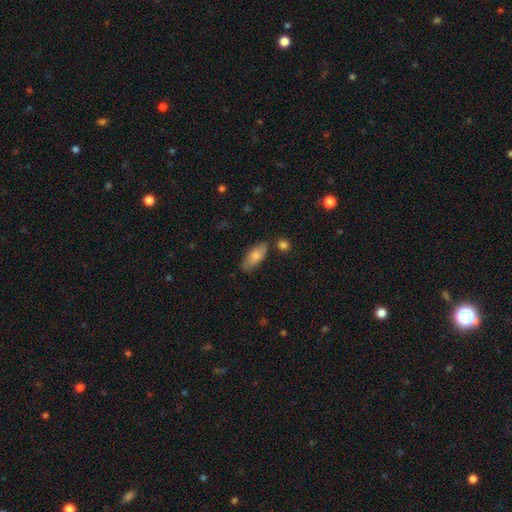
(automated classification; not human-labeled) Morphology: type=smooth (77%); roundness=in between (81%); merging=none (75%).